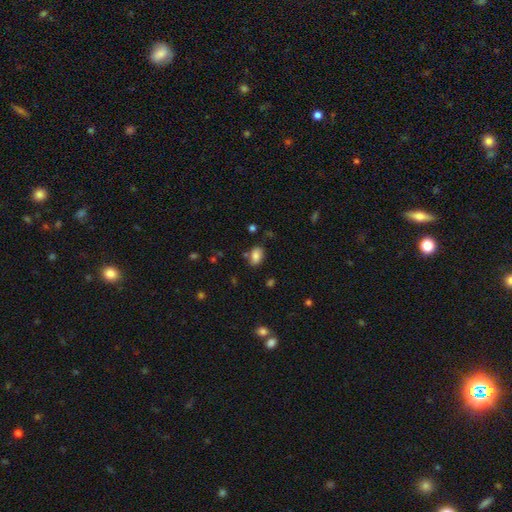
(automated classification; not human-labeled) The model was most divided on "merging": none: 75%, minor disturbance: 16%, merger: 6%, major disturbance: 4%. More confident: how rounded — in between (85%); smooth or featured — smooth (82%).